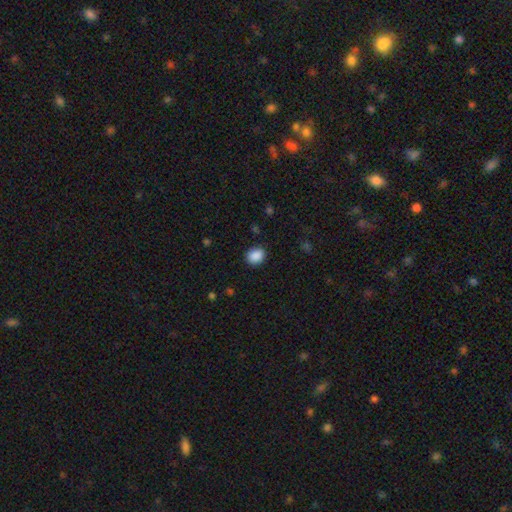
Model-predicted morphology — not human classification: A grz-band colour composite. It shows a smooth galaxy with no disk features (89%) that is round (55%). Merging: none (87%).